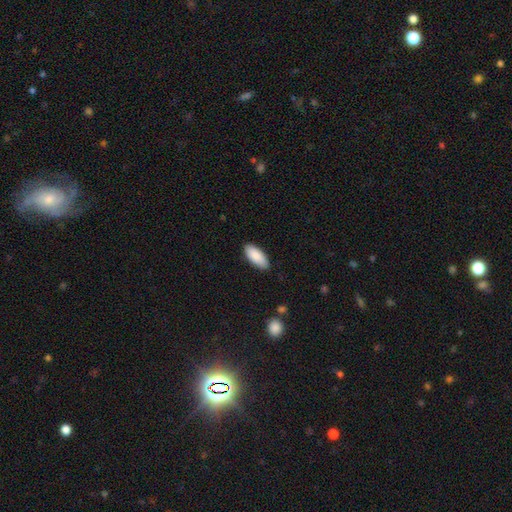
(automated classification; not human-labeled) A smooth galaxy with no disk features (89%) that is in between round and cigar-shaped (86%).

Vote fractions:
- Smooth or featured? smooth: 89% / featured or disk: 6% / star or artifact: 6%
- How rounded? in between: 86% / cigar-shaped: 13% / round: 2%
- Merging? none: 87% / minor disturbance: 10% / major disturbance: 2% / merger: 1%